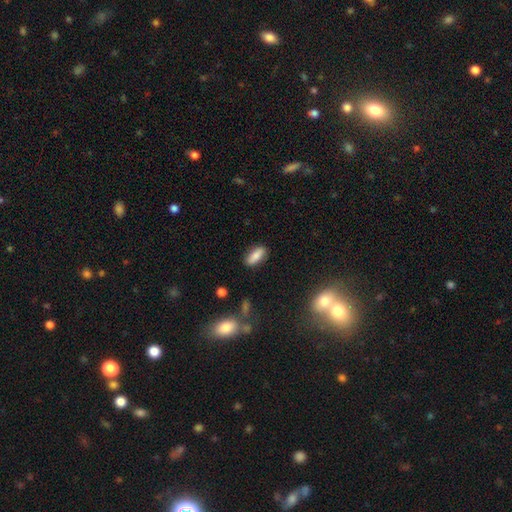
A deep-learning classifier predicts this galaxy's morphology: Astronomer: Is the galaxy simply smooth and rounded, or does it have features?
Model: smooth — 79%.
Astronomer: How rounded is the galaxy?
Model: in between — 75%.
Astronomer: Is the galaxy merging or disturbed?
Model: none — 85%.